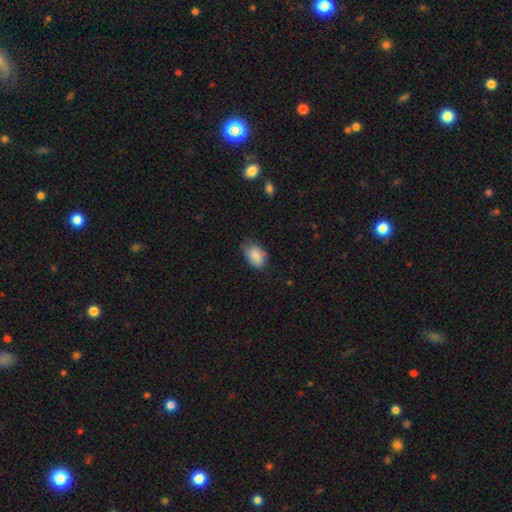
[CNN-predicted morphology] smooth 84%, featured or disk 9%, star or artifact 7%. Down the decision tree: how rounded — in between (87%); merging — none (61%).